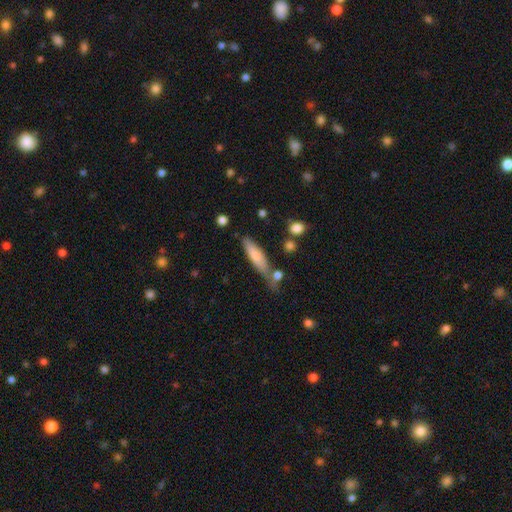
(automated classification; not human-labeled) Smooth or featured? Predicted: smooth (p=0.73). How rounded? Predicted: cigar-shaped (p=0.72). Merging? Predicted: none (p=0.61).